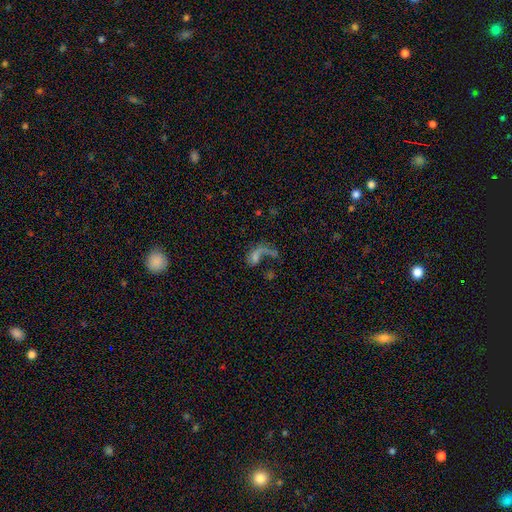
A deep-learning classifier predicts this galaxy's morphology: Q: Smooth or featured?
A: featured or disk (43%); runner-up: smooth (40%)
Q: Merging?
A: major disturbance (41%); runner-up: none (24%)